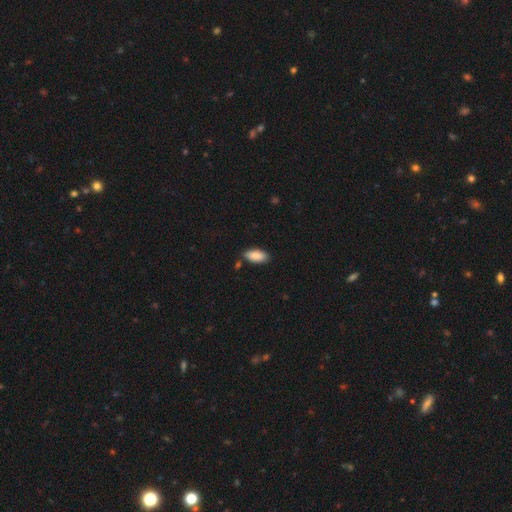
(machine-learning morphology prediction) A smooth galaxy with no disk features (88%) that is in between round and cigar-shaped (88%).

Vote fractions:
- Smooth or featured? smooth: 88% / star or artifact: 6% / featured or disk: 6%
- How rounded? in between: 88% / cigar-shaped: 10% / round: 2%
- Merging? none: 80% / minor disturbance: 14% / merger: 4% / major disturbance: 3%